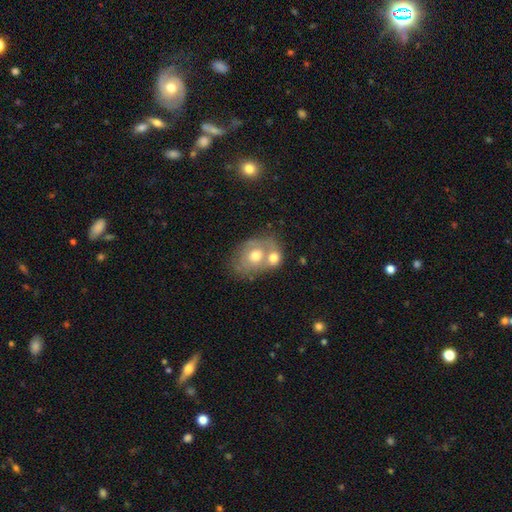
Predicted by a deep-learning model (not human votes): smooth_or_featured: smooth (p=0.52) [alt: featured or disk p=0.39]
how_rounded: in between (p=0.59) [alt: round p=0.40]
merging: merger (p=0.52) [alt: none p=0.30]